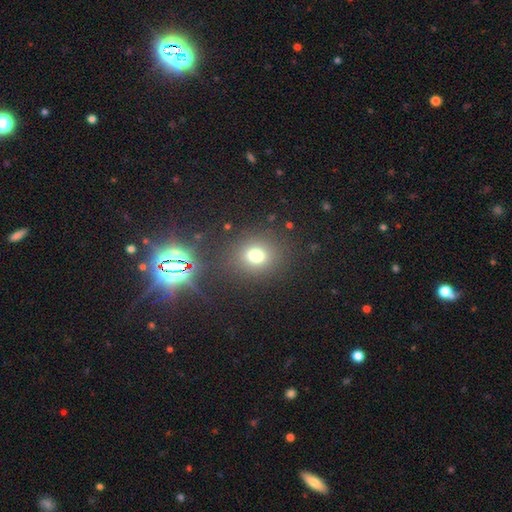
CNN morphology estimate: This appears to be a smooth galaxy with no disk features (71%) that is round (72%). Merging: none (82%).